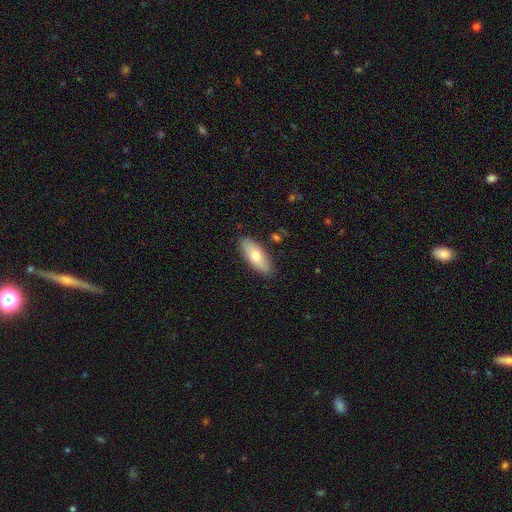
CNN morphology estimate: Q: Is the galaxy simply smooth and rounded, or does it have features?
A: smooth — 69%.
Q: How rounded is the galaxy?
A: in between — 77%.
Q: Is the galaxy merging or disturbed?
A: none — 87%.